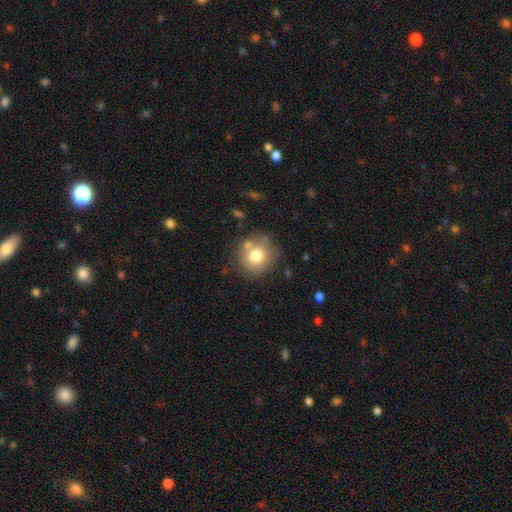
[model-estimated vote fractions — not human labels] The model was most divided on "smooth or featured": smooth: 75%, featured or disk: 14%, star or artifact: 11%. More confident: how rounded — round (91%); merging — none (75%).